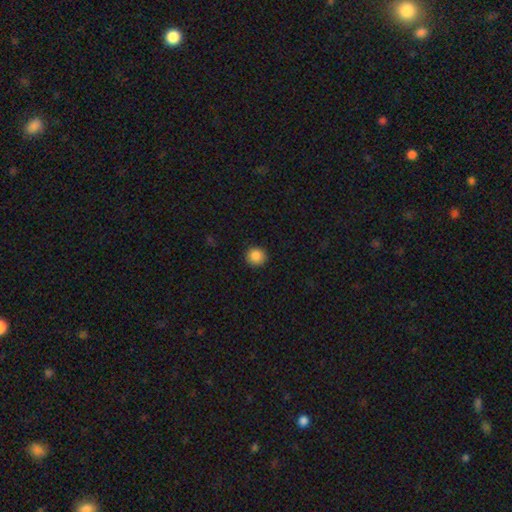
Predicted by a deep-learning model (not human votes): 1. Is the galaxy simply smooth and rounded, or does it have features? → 87% smooth, 10% star or artifact, 4% featured or disk.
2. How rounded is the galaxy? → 92% round, 7% in between, 1% cigar-shaped.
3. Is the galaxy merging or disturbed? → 92% none, 6% minor disturbance, 2% major disturbance, 1% merger.